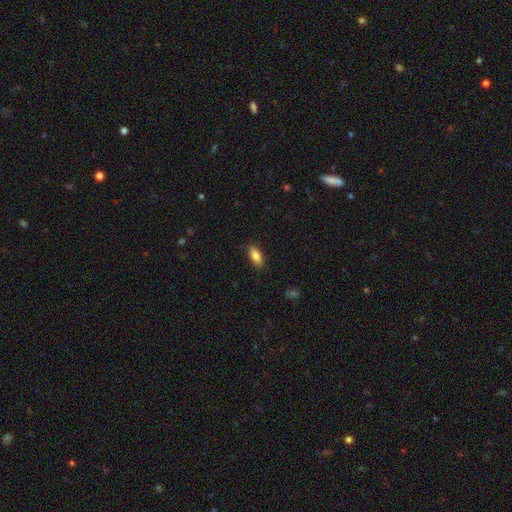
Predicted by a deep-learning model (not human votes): smooth-or-featured: smooth: 86% | featured or disk: 7% | star or artifact: 7%
  how-rounded: in between: 85% | cigar-shaped: 13% | round: 2%
  merging: none: 85% | minor disturbance: 11% | major disturbance: 2% | merger: 1%